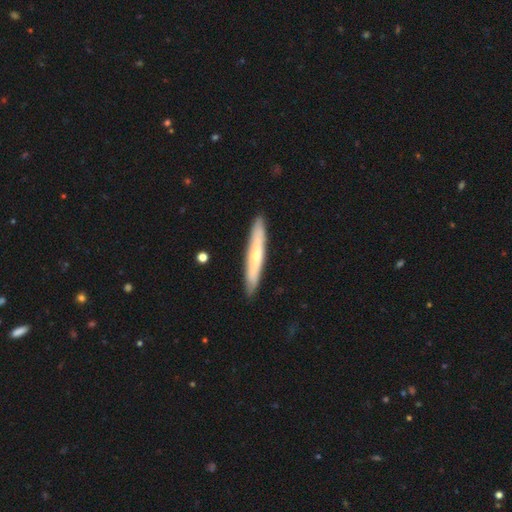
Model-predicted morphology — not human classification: smooth_or_featured: featured or disk (p=0.50) [alt: smooth p=0.45]
merging: none (p=0.90) [alt: minor disturbance p=0.08]